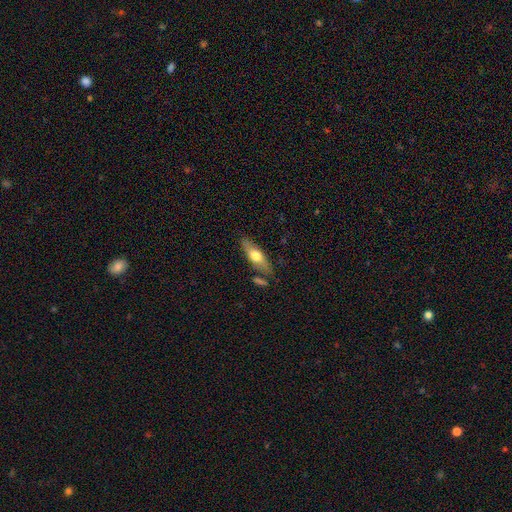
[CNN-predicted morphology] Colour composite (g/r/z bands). It shows a smooth galaxy with no disk features (56%) that is in between round and cigar-shaped (49%). Merging: none (75%).